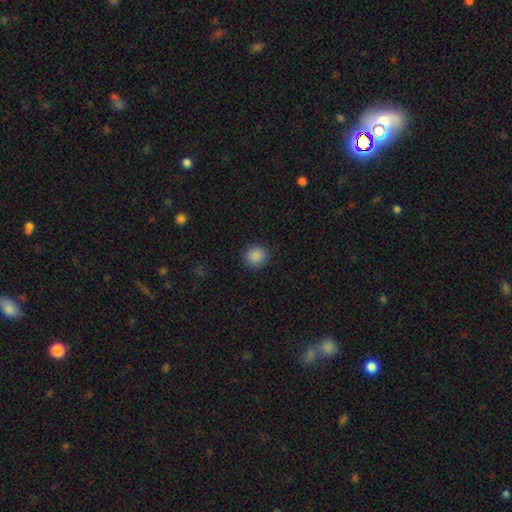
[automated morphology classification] Smooth or featured? smooth (88%)
How rounded? round (89%)
Merging? none (90%)